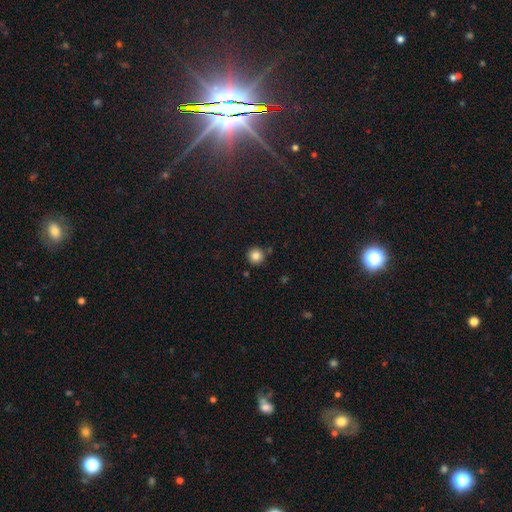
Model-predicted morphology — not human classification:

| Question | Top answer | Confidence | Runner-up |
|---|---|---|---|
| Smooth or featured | smooth | 83% | star or artifact (11%) |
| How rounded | round | 95% | in between (4%) |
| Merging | none | 87% | minor disturbance (7%) |